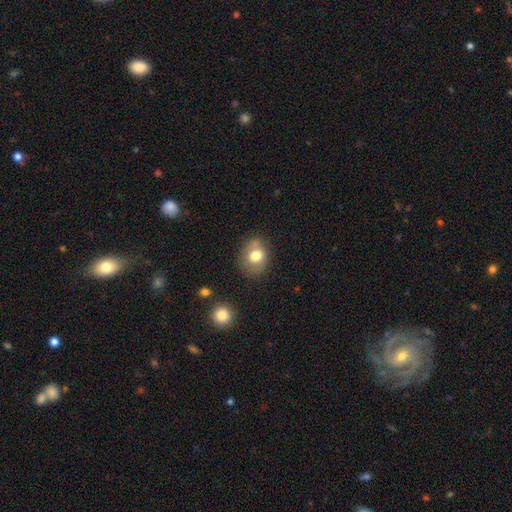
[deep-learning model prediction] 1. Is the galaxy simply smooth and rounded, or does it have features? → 73% smooth, 18% featured or disk, 9% star or artifact.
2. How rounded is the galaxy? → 55% round, 44% in between, 1% cigar-shaped.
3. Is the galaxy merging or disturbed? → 67% none, 20% minor disturbance, 7% merger, 6% major disturbance.